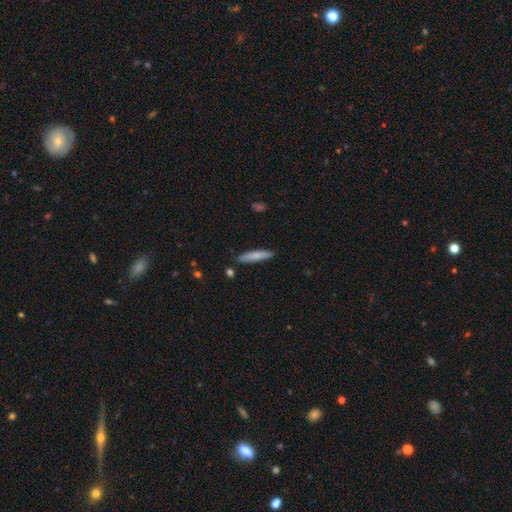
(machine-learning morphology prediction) type=smooth (75%); roundness=cigar-shaped (87%); merging=none (86%).